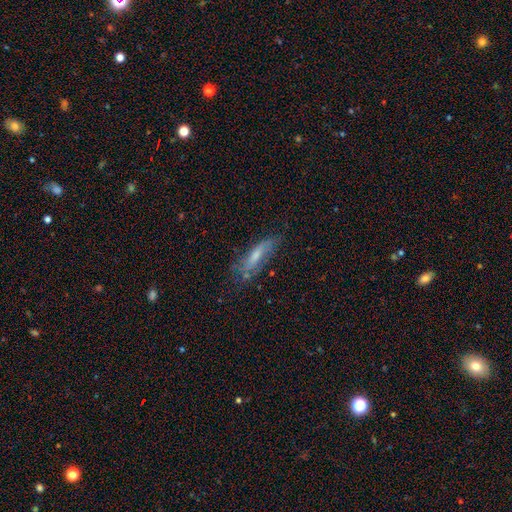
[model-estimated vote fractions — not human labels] A featured or disk galaxy (46%). Merging: none (63%).